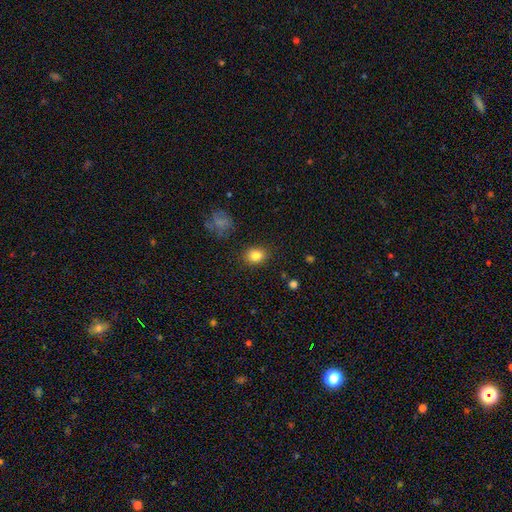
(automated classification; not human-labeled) Overall: smooth (83%). How rounded: round (51%; in between 48%). Merging: none (85%).